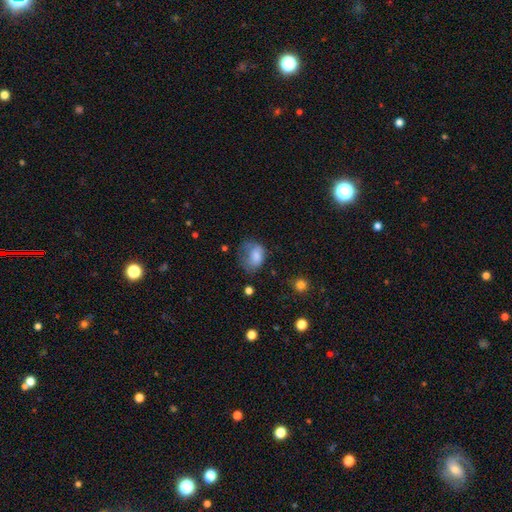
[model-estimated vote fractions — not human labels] Morphology: type=smooth (73%); roundness=in between (69%); merging=major disturbance (33%).